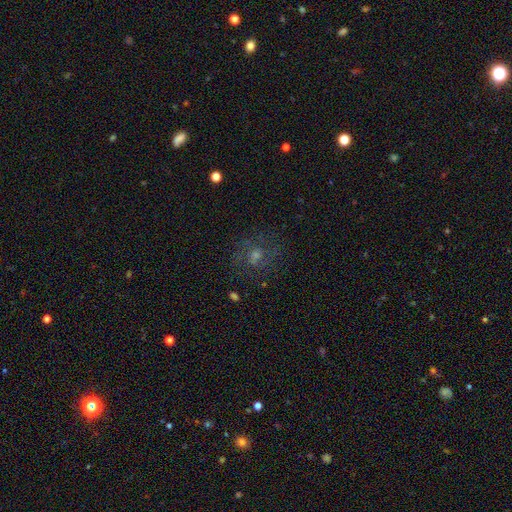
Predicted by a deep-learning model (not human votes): The model was most divided on "smooth or featured": featured or disk: 48%, smooth: 32%, star or artifact: 20%. More confident: merging — none (69%).